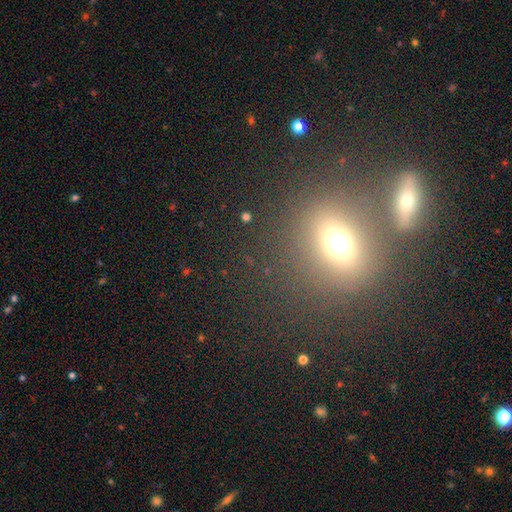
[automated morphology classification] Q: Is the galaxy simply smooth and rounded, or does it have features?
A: smooth — 53%.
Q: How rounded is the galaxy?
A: in between — 57%.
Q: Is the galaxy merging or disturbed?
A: none — 61%.